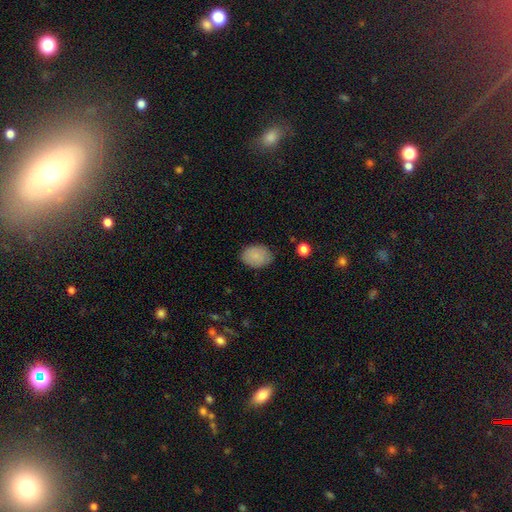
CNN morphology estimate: smooth 87%, star or artifact 7%, featured or disk 6%. Down the decision tree: how rounded — in between (71%); merging — none (82%).